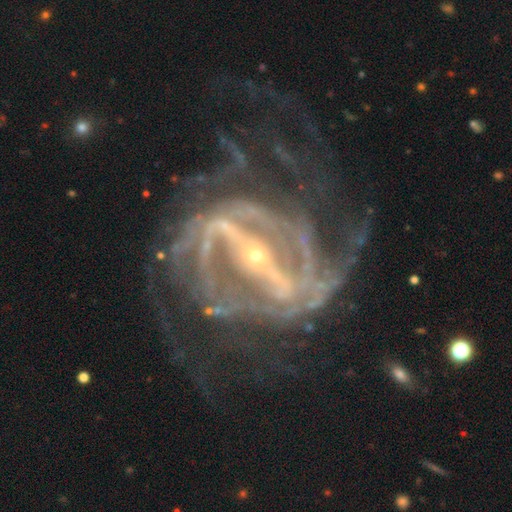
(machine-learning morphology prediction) Smooth or featured? featured or disk (92%)
Edge-on disk? no (95%)
Bar? strong (82%)
Spiral arms? yes (96%)
Spiral winding? medium (43%)
Spiral arm count? 2 (33%)
Bulge size? small (82%)
Merging? none (57%)